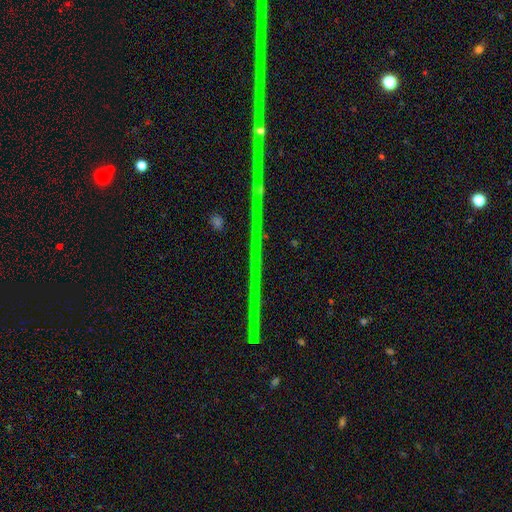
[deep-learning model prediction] The model was most divided on "smooth or featured": star or artifact: 86%, featured or disk: 9%, smooth: 6%.